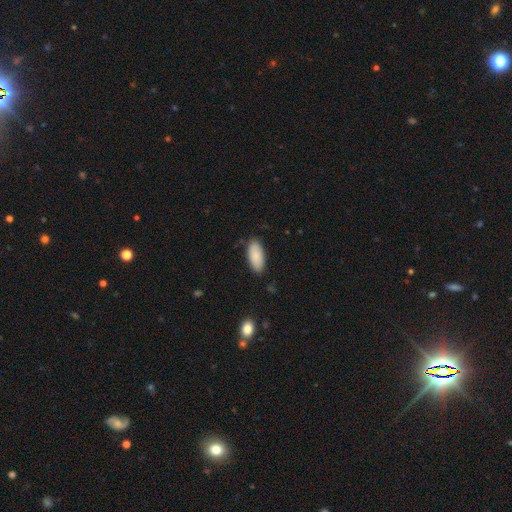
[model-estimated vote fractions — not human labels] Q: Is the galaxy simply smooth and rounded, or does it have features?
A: smooth — 88%.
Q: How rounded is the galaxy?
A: in between — 89%.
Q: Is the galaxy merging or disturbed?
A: none — 85%.